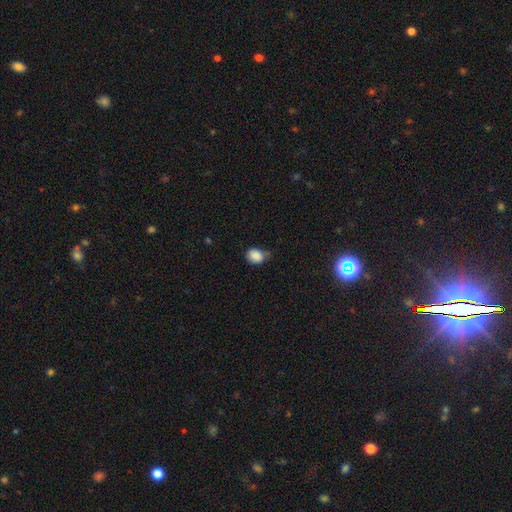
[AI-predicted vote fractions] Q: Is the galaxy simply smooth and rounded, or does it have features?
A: smooth — 86%.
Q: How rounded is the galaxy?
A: in between — 50%.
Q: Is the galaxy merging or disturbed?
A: none — 50%.